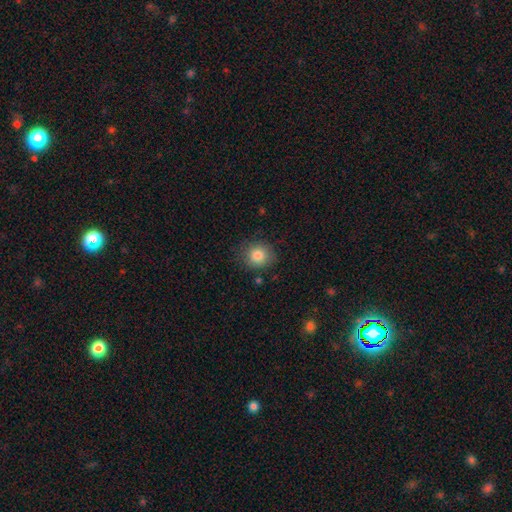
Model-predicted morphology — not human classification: A smooth galaxy with no disk features (82%) that is round (82%). Merging: none (84%).